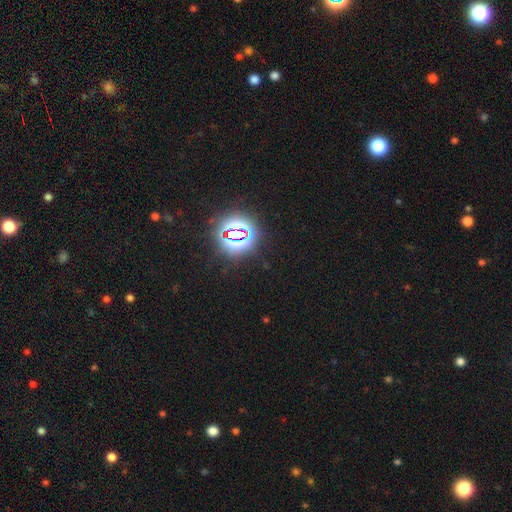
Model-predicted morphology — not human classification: The model was most divided on "smooth or featured": star or artifact: 83%, smooth: 11%, featured or disk: 6%.